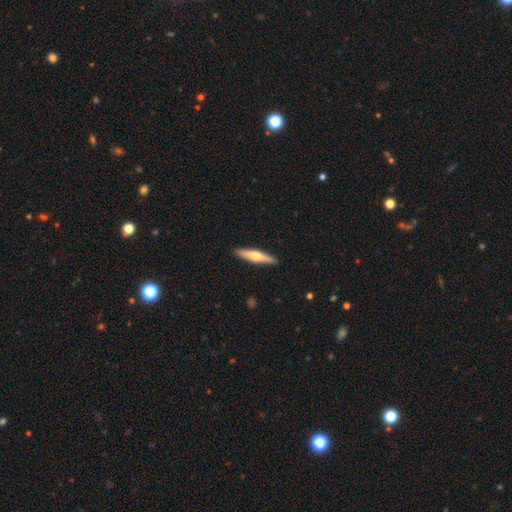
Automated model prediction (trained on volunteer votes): smooth 49%, featured or disk 46%, star or artifact 5%. Down the decision tree: merging — none (90%).